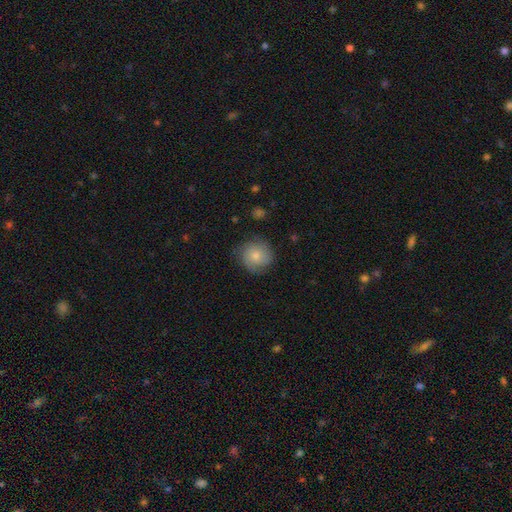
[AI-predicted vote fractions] This is likely a smooth galaxy (71%). How rounded: clearly round (90%). Merging: likely none (74%).